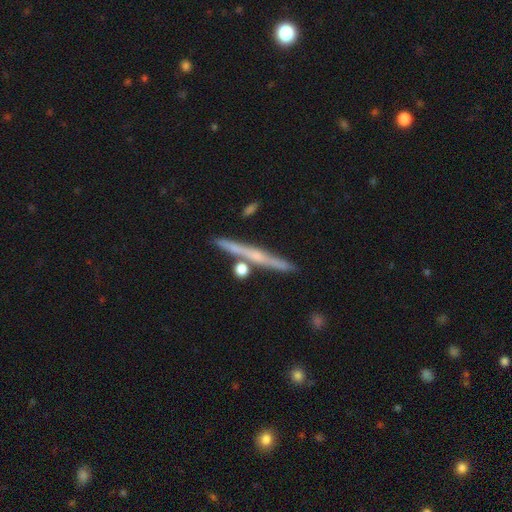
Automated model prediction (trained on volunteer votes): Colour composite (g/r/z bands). It shows a featured or disk galaxy (65%) viewed edge-on (97%) with a rounded central bulge (49%). Merging: none (83%).